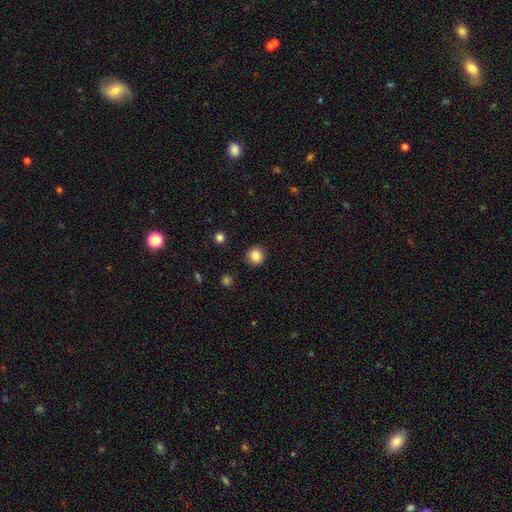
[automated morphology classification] Smooth or featured?
  - smooth: 85% *
  - star or artifact: 10%
  - featured or disk: 5%
How rounded?
  - round: 92% *
  - in between: 7%
  - cigar-shaped: 1%
Merging?
  - none: 90% *
  - minor disturbance: 6%
  - major disturbance: 2%
  - merger: 1%